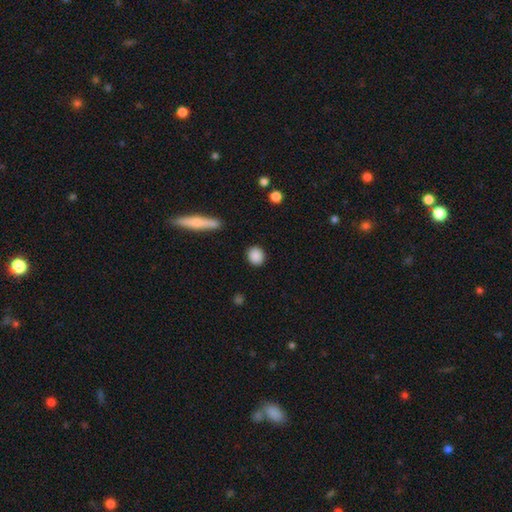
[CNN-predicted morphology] A smooth galaxy with no disk features (88%) that is round (80%).

Vote fractions:
- Smooth or featured? smooth: 88% / star or artifact: 8% / featured or disk: 4%
- How rounded? round: 80% / in between: 18% / cigar-shaped: 2%
- Merging? none: 90% / minor disturbance: 7% / major disturbance: 2% / merger: 1%